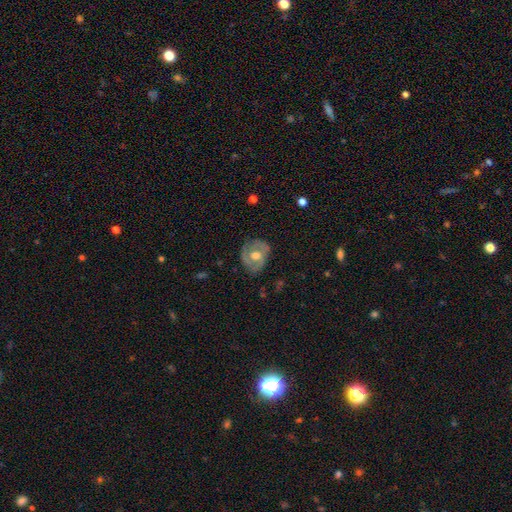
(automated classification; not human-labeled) smooth_or_featured: featured or disk (p=0.53) [alt: smooth p=0.40]
disk_edge_on: no (p=0.95) [alt: yes p=0.05]
bar: no (p=0.69) [alt: weak p=0.25]
has_spiral_arms: no (p=0.57) [alt: yes p=0.43]
bulge_size: moderate (p=0.69) [alt: large p=0.22]
merging: none (p=0.71) [alt: minor disturbance p=0.21]